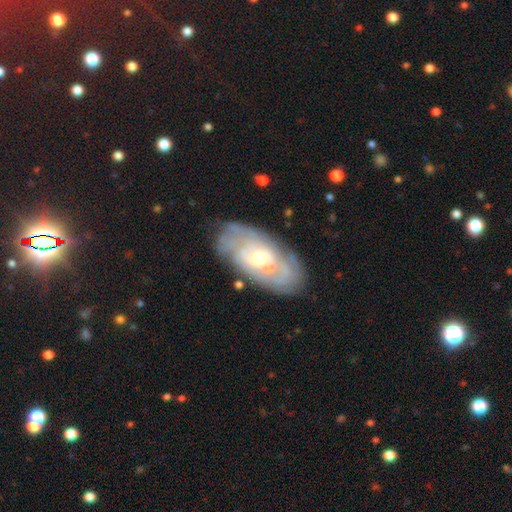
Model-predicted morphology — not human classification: smooth_or_featured: featured or disk (p=0.72) [alt: smooth p=0.19]
disk_edge_on: no (p=0.90) [alt: yes p=0.10]
bar: no (p=0.58) [alt: weak p=0.33]
has_spiral_arms: yes (p=0.74) [alt: no p=0.26]
bulge_size: moderate (p=0.51) [alt: small p=0.43]
merging: none (p=0.75) [alt: minor disturbance p=0.15]